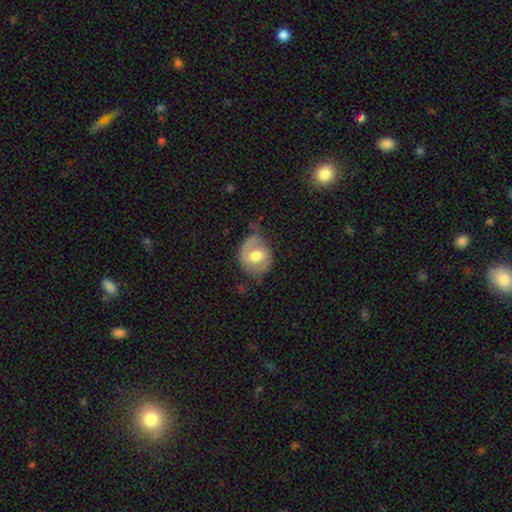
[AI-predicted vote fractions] The model was most divided on "smooth or featured": smooth: 48%, featured or disk: 46%, star or artifact: 6%. Remaining: merging — none (48%).